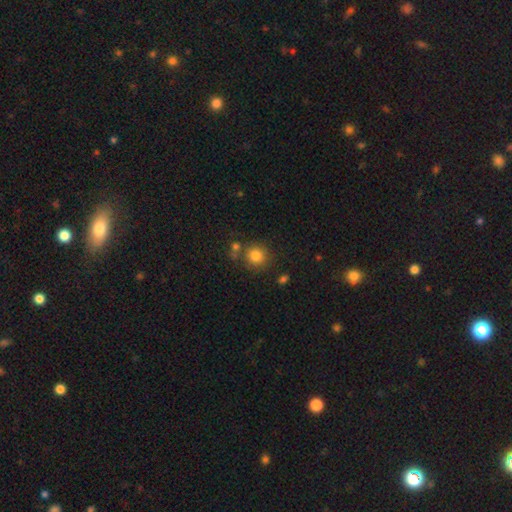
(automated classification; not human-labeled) Morphology: type=smooth (82%); roundness=round (89%); merging=none (72%).